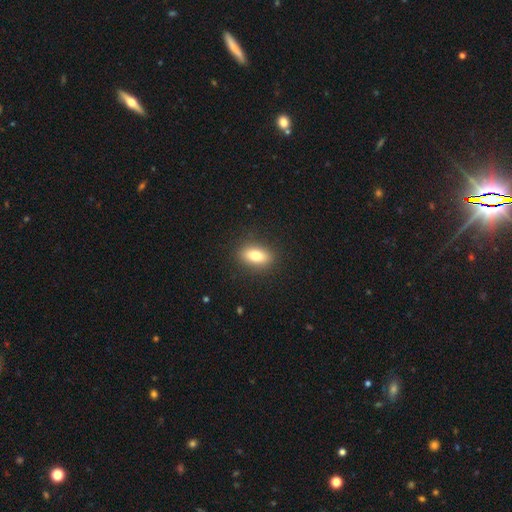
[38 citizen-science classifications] Volunteers were most divided on "smooth or featured": smooth: 82%, featured or disk: 13%, star or artifact: 5%. More confident: how rounded — in between (90%); merging — none (86%).